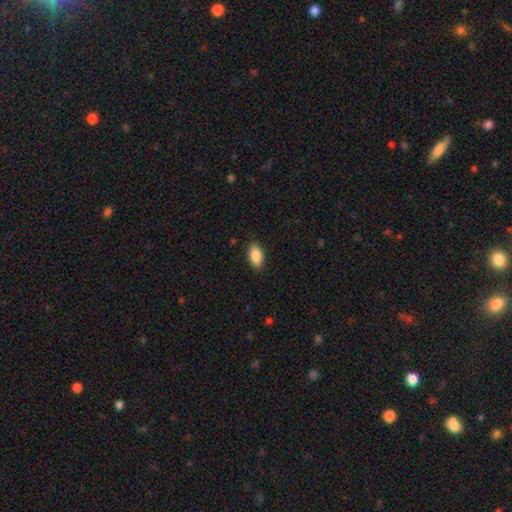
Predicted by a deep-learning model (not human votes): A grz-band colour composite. It shows a smooth galaxy with no disk features (88%) that is in between round and cigar-shaped (92%). Merging: none (86%).